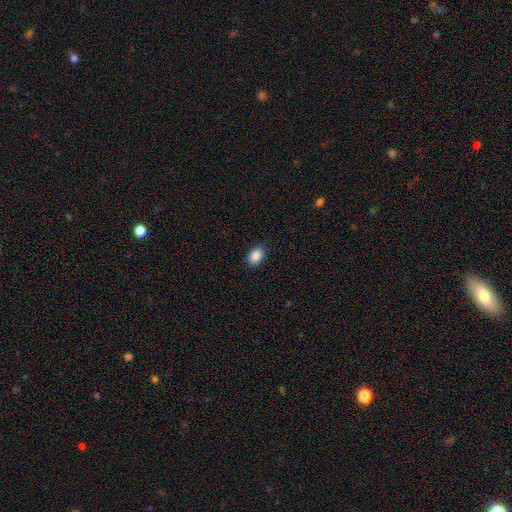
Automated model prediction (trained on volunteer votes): Smooth or featured: smooth — 89% (star or artifact — 8%)
How rounded: in between — 84% (round — 15%)
Merging: none — 87% (minor disturbance — 10%)